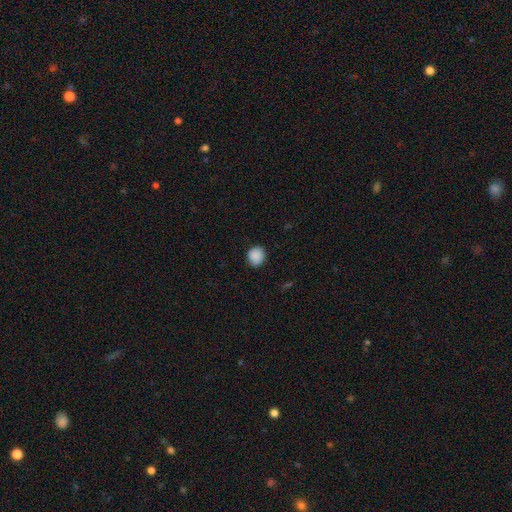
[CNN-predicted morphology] A smooth galaxy with no disk features (88%) that is round (81%). Merging: none (84%).